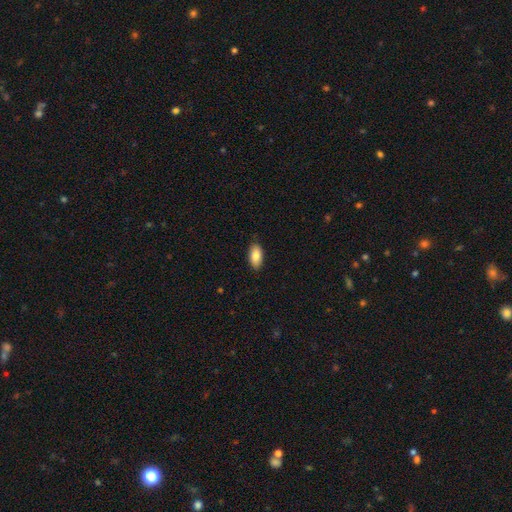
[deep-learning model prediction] Smooth or featured? smooth (86%)
How rounded? in between (93%)
Merging? none (87%)